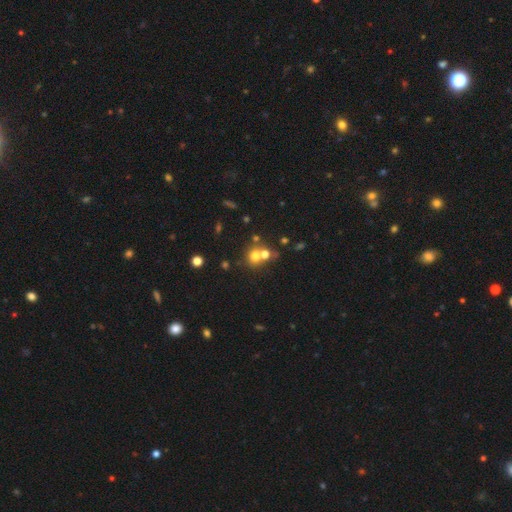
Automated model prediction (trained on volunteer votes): Smooth or featured? smooth (67%)
How rounded? round (81%)
Merging? merger (46%)